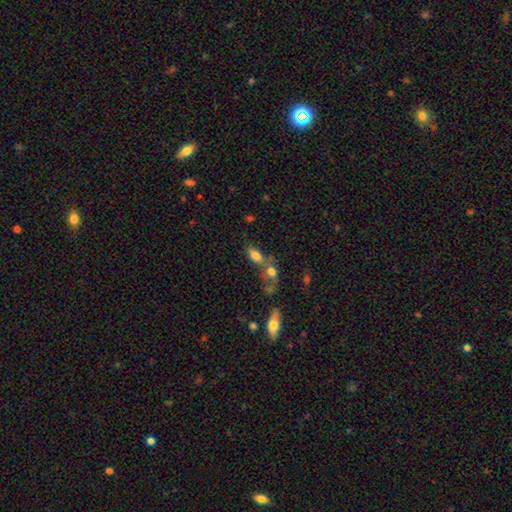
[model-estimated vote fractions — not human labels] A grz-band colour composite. It shows a smooth galaxy with no disk features (75%) that is in between round and cigar-shaped (84%). Merging: merger (51%).